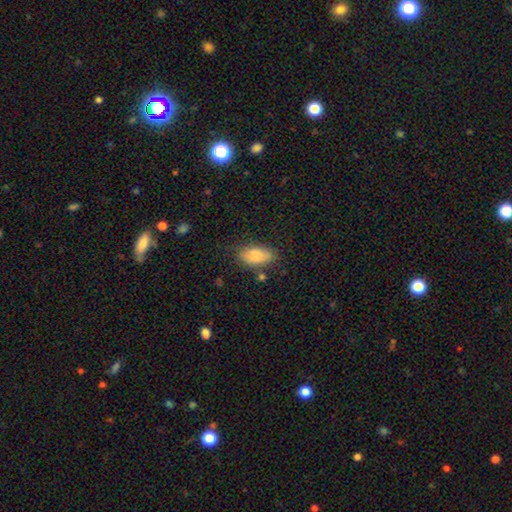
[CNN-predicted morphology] A smooth galaxy with no disk features (83%) that is in between round and cigar-shaped (91%).

Vote fractions:
- Smooth or featured? smooth: 83% / featured or disk: 9% / star or artifact: 8%
- How rounded? in between: 91% / cigar-shaped: 5% / round: 4%
- Merging? none: 68% / minor disturbance: 21% / major disturbance: 6% / merger: 5%